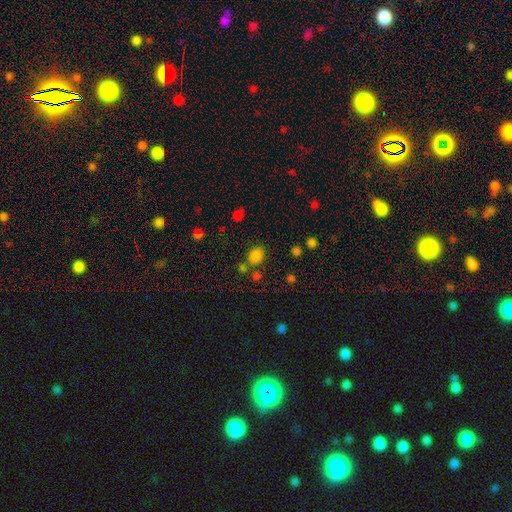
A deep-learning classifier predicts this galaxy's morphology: smooth 78%, star or artifact 17%, featured or disk 5%. Down the decision tree: how rounded — round (62%); merging — none (71%).